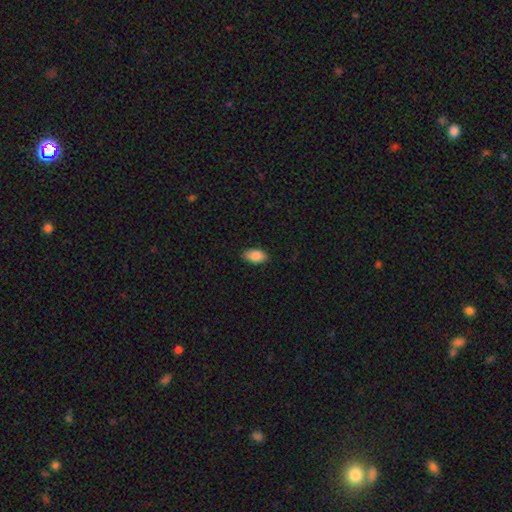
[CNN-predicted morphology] type=smooth (88%); roundness=in between (94%); merging=none (87%).